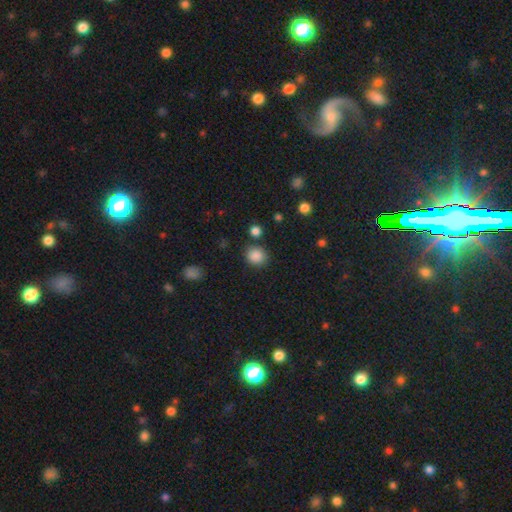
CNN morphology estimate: Smooth or featured: smooth — 86% (star or artifact — 10%)
How rounded: round — 84% (in between — 15%)
Merging: none — 81% (minor disturbance — 10%)